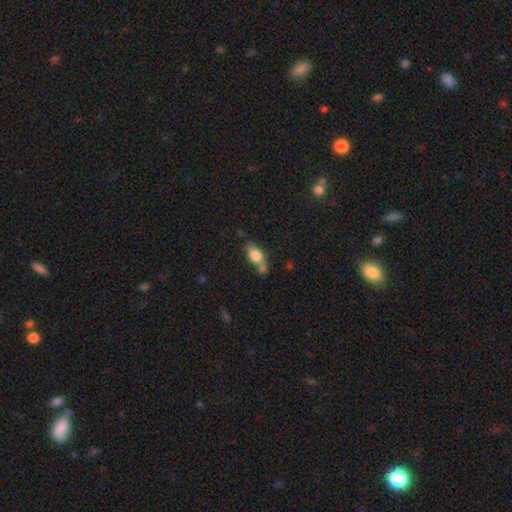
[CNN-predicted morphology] A smooth galaxy with no disk features (66%) that is in between round and cigar-shaped (75%). Merging: none (46%).